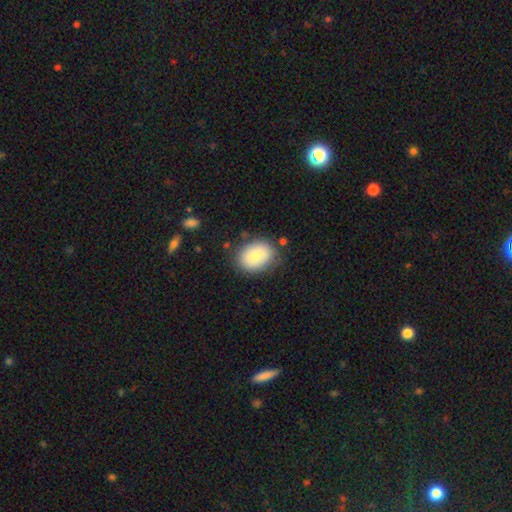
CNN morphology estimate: A smooth galaxy with no disk features (79%) that is in between round and cigar-shaped (65%).

Vote fractions:
- Smooth or featured? smooth: 79% / featured or disk: 13% / star or artifact: 7%
- How rounded? in between: 65% / round: 34% / cigar-shaped: 1%
- Merging? none: 79% / minor disturbance: 15% / major disturbance: 4% / merger: 2%